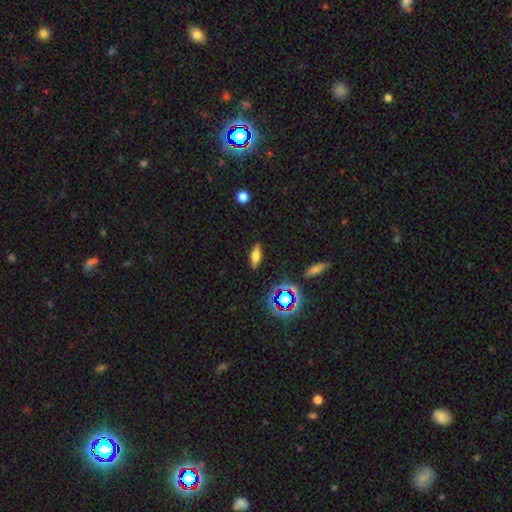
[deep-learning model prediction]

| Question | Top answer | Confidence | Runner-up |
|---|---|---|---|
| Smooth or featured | smooth | 54% | featured or disk (32%) |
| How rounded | in between | 59% | cigar-shaped (36%) |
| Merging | none | 86% | minor disturbance (10%) |